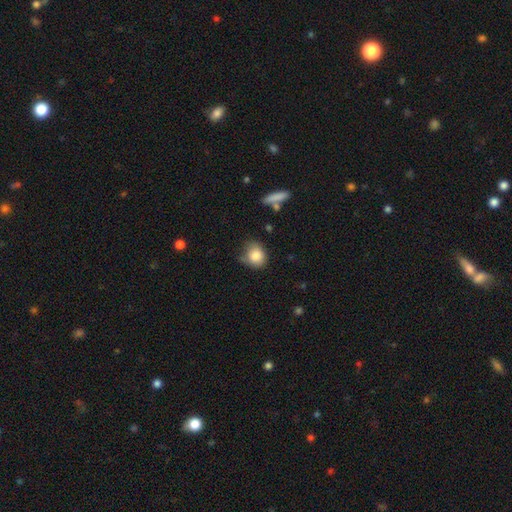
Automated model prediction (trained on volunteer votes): A smooth galaxy with no disk features (83%) that is round (68%).

Vote fractions:
- Smooth or featured? smooth: 83% / star or artifact: 9% / featured or disk: 8%
- How rounded? round: 68% / in between: 31% / cigar-shaped: 1%
- Merging? none: 56% / minor disturbance: 31% / major disturbance: 8% / merger: 4%